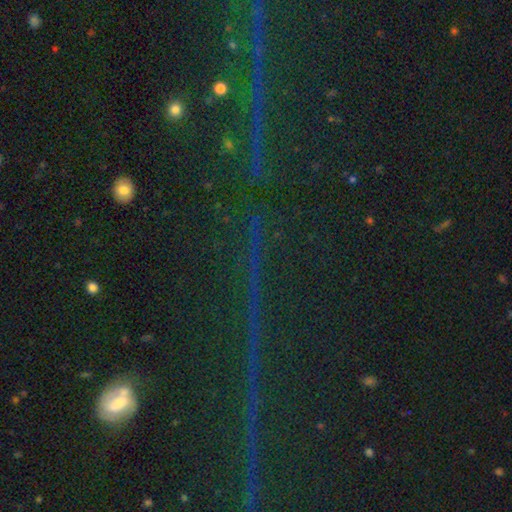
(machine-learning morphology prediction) Smooth or featured? star or artifact (83%)